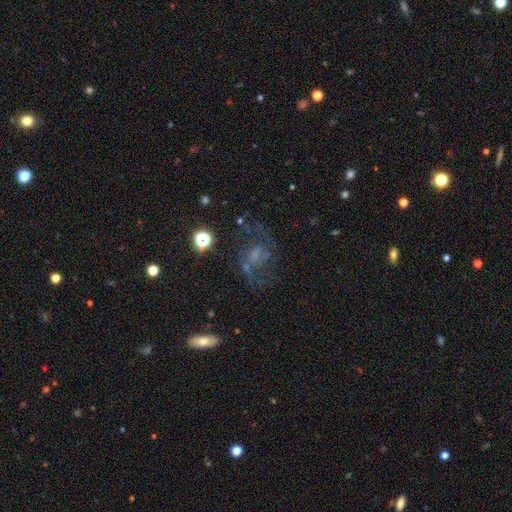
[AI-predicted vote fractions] Morphology: type=featured or disk (66%); edge-on=no (97%); bar=no (48%); spiral arms=yes (82%); winding=medium (47%); arm count=2 (81%); bulge=none (42%); merging=none (59%).